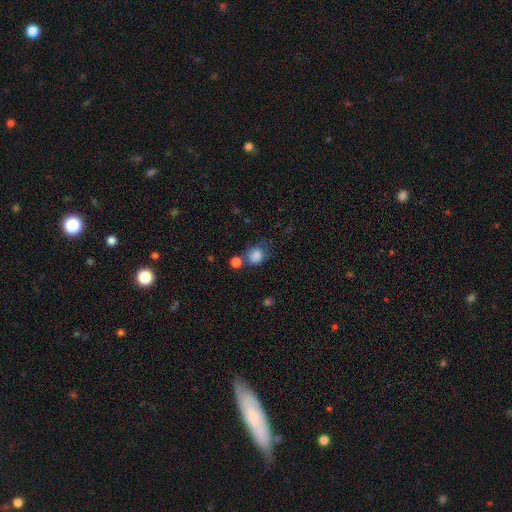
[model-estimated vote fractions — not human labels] Smooth or featured?
  - smooth: 84% *
  - star or artifact: 10%
  - featured or disk: 7%
How rounded?
  - round: 73% *
  - in between: 26%
  - cigar-shaped: 1%
Merging?
  - none: 48% *
  - merger: 24%
  - minor disturbance: 19%
  - major disturbance: 9%